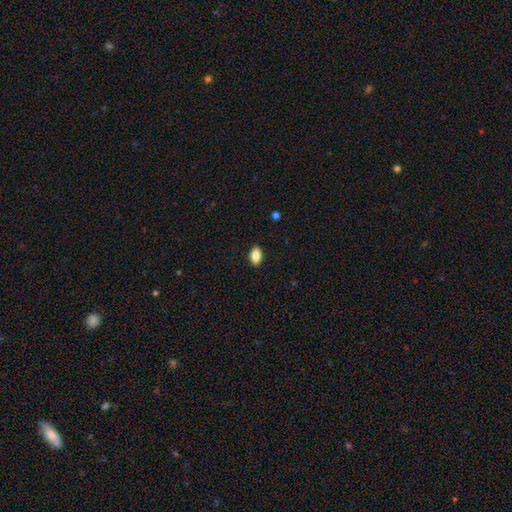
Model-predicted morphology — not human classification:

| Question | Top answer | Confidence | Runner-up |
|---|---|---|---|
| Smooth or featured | smooth | 83% | featured or disk (9%) |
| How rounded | in between | 90% | round (7%) |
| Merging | none | 89% | minor disturbance (8%) |